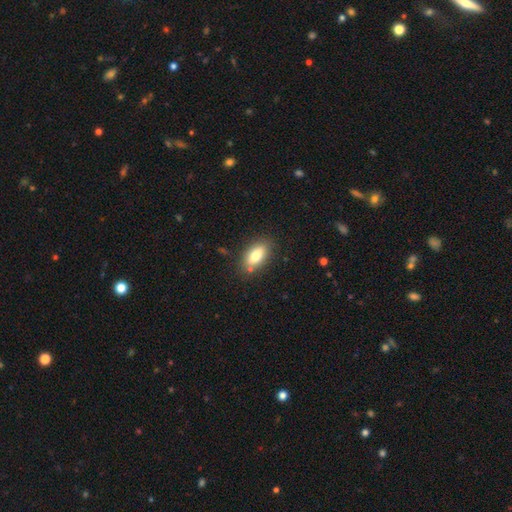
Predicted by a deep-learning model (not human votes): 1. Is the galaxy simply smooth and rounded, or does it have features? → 78% smooth, 14% featured or disk, 8% star or artifact.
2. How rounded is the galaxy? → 86% in between, 10% cigar-shaped, 4% round.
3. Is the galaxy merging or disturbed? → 80% none, 13% minor disturbance, 4% merger, 3% major disturbance.